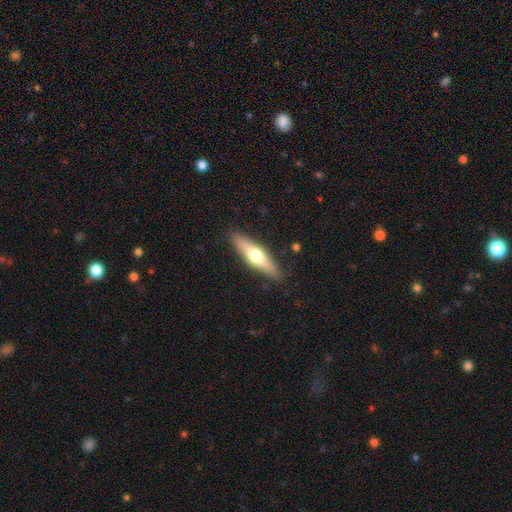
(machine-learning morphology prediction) Smooth or featured?
  - smooth: 50% *
  - featured or disk: 44%
  - star or artifact: 6%
Merging?
  - none: 87% *
  - minor disturbance: 10%
  - major disturbance: 2%
  - merger: 1%